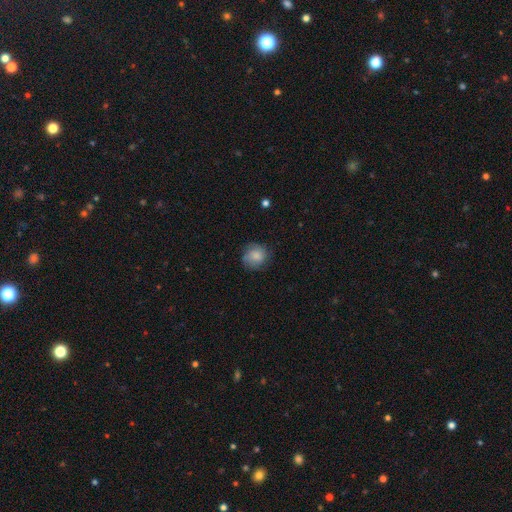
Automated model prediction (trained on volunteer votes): Q: Smooth or featured?
A: smooth (75%); runner-up: featured or disk (17%)
Q: How rounded?
A: round (87%); runner-up: in between (12%)
Q: Merging?
A: none (76%); runner-up: minor disturbance (18%)